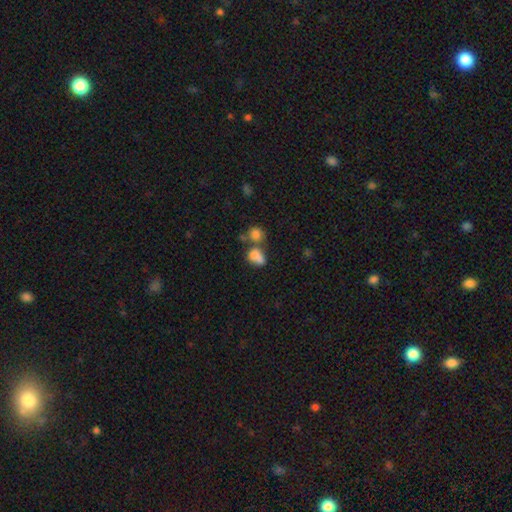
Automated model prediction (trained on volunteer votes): Smooth or featured: smooth — 78% (featured or disk — 12%)
How rounded: in between — 70% (round — 28%)
Merging: merger — 53% (none — 26%)